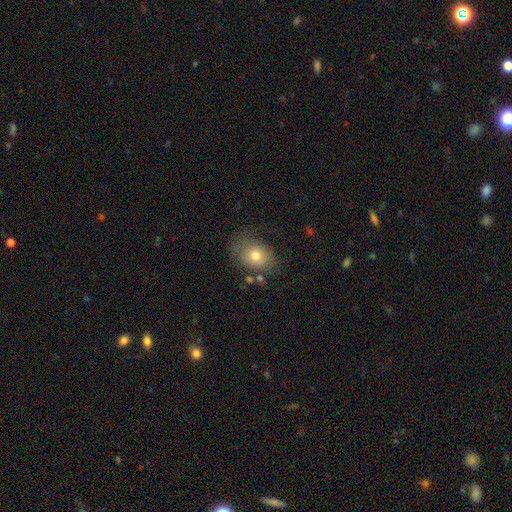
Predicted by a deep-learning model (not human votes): The model was most divided on "how rounded": in between: 53%, round: 46%, cigar-shaped: 1%. More confident: smooth or featured — smooth (70%); merging — none (57%).